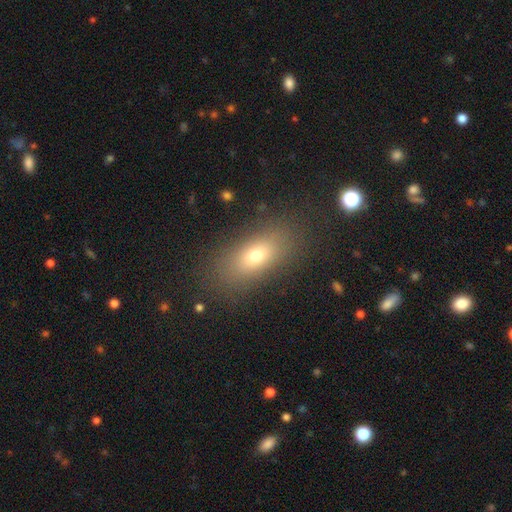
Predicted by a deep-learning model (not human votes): The model was most divided on "smooth or featured": smooth: 70%, featured or disk: 17%, star or artifact: 13%. More confident: merging — none (83%); how rounded — in between (79%).